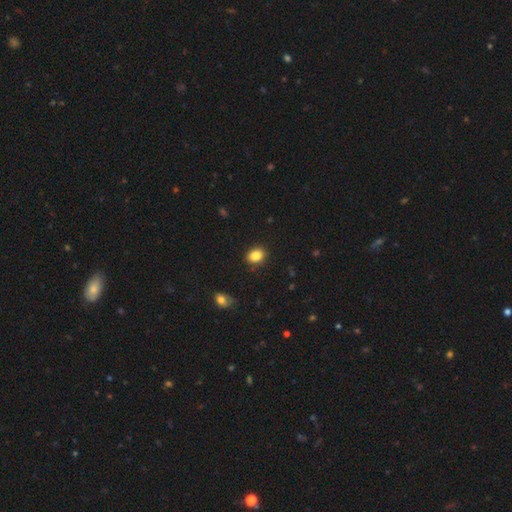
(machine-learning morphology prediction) A smooth galaxy with no disk features (86%) that is in between round and cigar-shaped (59%).

Vote fractions:
- Smooth or featured? smooth: 86% / star or artifact: 9% / featured or disk: 5%
- How rounded? in between: 59% / round: 40% / cigar-shaped: 1%
- Merging? none: 87% / minor disturbance: 10% / major disturbance: 2% / merger: 1%